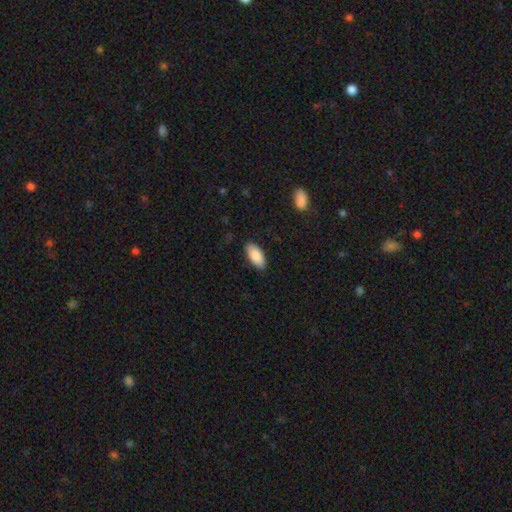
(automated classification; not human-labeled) smooth 88%, featured or disk 6%, star or artifact 6%. Down the decision tree: how rounded — in between (92%); merging — none (87%).